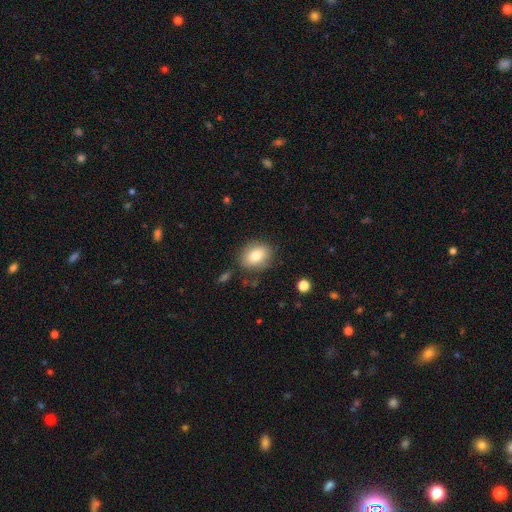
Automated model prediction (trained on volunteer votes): Morphology: type=smooth (79%); roundness=in between (58%); merging=none (82%).